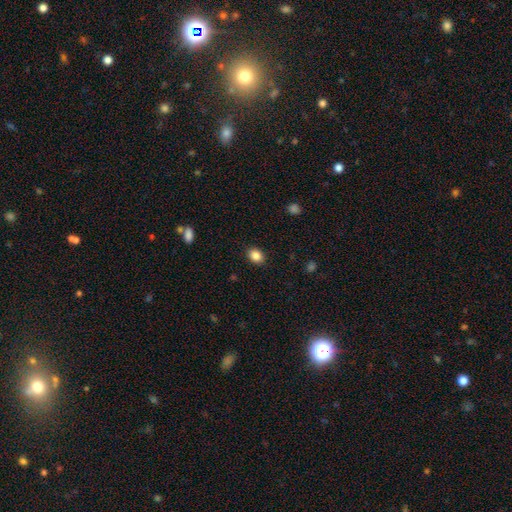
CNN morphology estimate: Smooth or featured? Predicted: smooth (p=0.86). How rounded? Predicted: in between (p=0.62). Merging? Predicted: none (p=0.89).